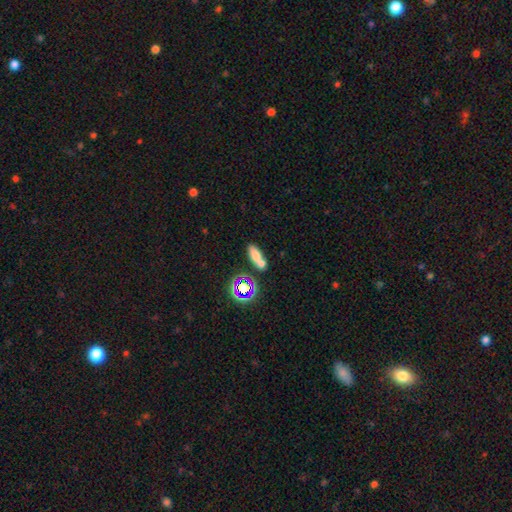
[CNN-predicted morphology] The model was most divided on "merging": merger: 42%, none: 40%, minor disturbance: 11%, major disturbance: 6%. More confident: how rounded — in between (71%); smooth or featured — smooth (65%).